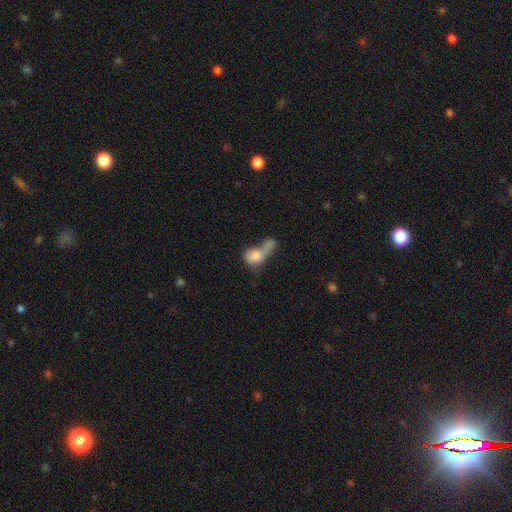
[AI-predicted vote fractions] Q: Smooth or featured?
A: smooth (70%); runner-up: featured or disk (21%)
Q: How rounded?
A: in between (59%); runner-up: round (35%)
Q: Merging?
A: merger (57%); runner-up: major disturbance (22%)